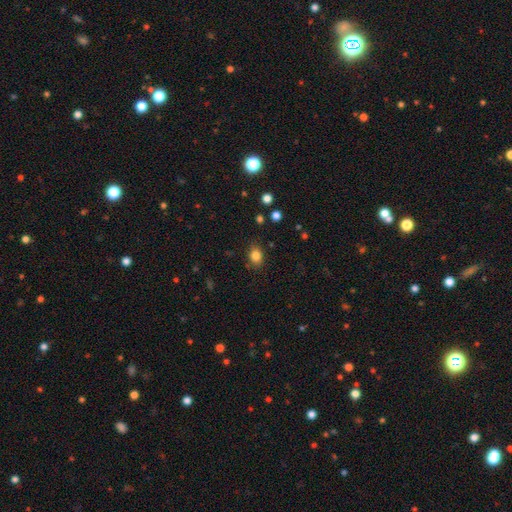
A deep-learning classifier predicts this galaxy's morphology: Smooth or featured?
  - smooth: 83% *
  - star or artifact: 11%
  - featured or disk: 6%
How rounded?
  - in between: 61% *
  - round: 38%
  - cigar-shaped: 1%
Merging?
  - none: 82% *
  - minor disturbance: 12%
  - major disturbance: 3%
  - merger: 2%